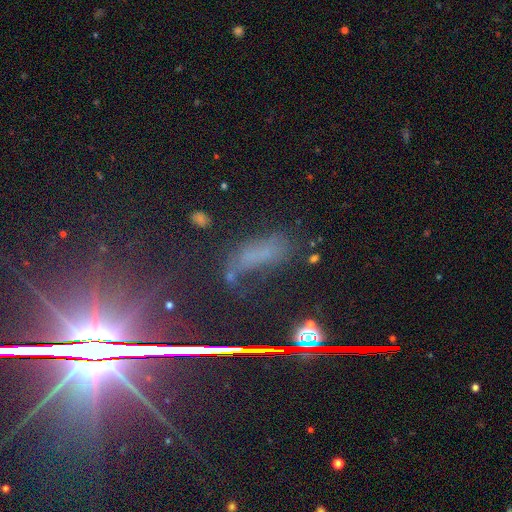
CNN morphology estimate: smooth_or_featured: star or artifact (p=0.47) [alt: smooth p=0.28]